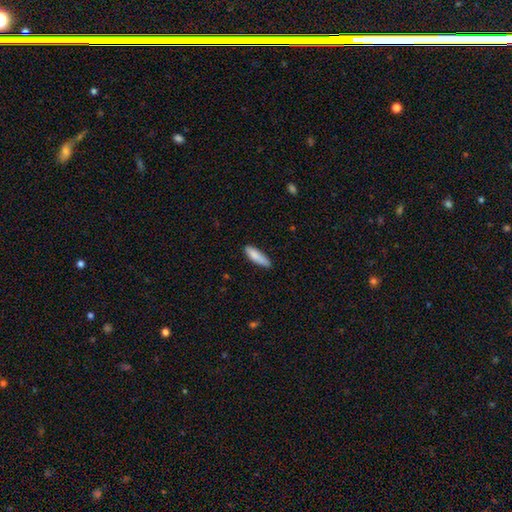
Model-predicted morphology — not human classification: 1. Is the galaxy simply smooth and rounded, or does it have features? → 84% smooth, 10% featured or disk, 6% star or artifact.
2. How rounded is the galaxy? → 63% cigar-shaped, 36% in between, 1% round.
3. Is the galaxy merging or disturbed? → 78% none, 18% minor disturbance, 3% major disturbance, 2% merger.